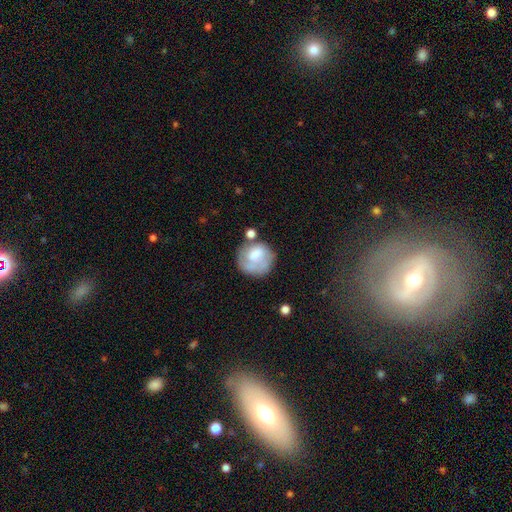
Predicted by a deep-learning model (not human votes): A smooth galaxy with no disk features (60%) that is round (83%). Merging: none (52%).